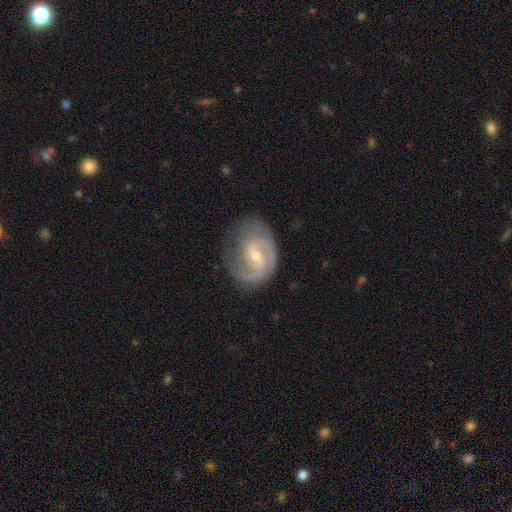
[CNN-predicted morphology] Smooth or featured?
  - featured or disk: 87% *
  - smooth: 8%
  - star or artifact: 5%
Edge-on disk?
  - no: 98% *
  - yes: 2%
Bar?
  - weak: 52% *
  - no: 33%
  - strong: 15%
Spiral arms?
  - yes: 96% *
  - no: 4%
Spiral winding?
  - medium: 46% *
  - tight: 39%
  - loose: 15%
Spiral arm count?
  - 2: 60% *
  - can't tell: 13%
  - 3: 12%
  - 1: 10%
  - 4: 3%
  - more than 4: 2%
Bulge size?
  - small: 64% *
  - moderate: 32%
  - none: 2%
  - large: 1%
  - dominant: 1%
Merging?
  - none: 62% *
  - minor disturbance: 23%
  - major disturbance: 13%
  - merger: 2%